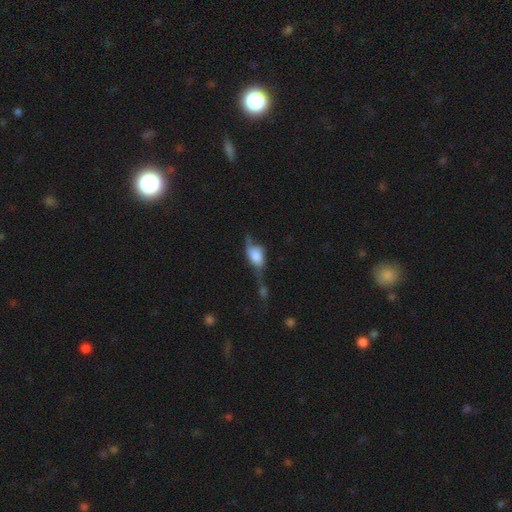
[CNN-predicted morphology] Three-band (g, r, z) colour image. It shows a smooth galaxy with no disk features (50%) that is in between round and cigar-shaped (77%). Merging: major disturbance (32%).